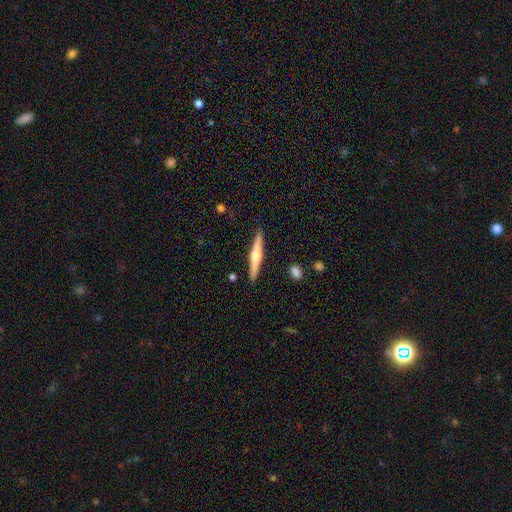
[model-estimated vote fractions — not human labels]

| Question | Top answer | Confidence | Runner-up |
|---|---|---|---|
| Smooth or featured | featured or disk | 68% | smooth (26%) |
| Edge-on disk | yes | 98% | no (2%) |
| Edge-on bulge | rounded | 92% | boxy (5%) |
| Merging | none | 90% | minor disturbance (7%) |